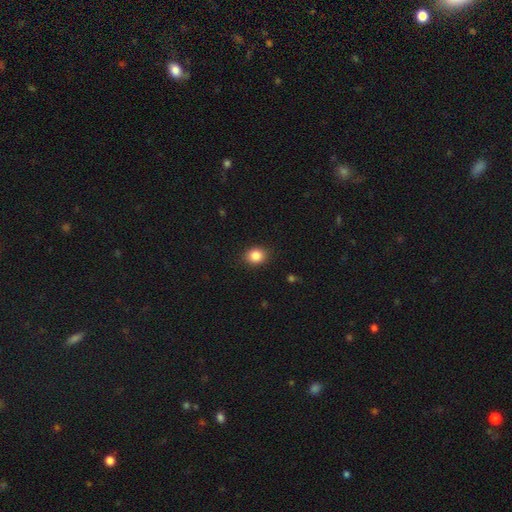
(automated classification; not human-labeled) Smooth or featured? smooth (86%)
How rounded? round (62%)
Merging? none (88%)